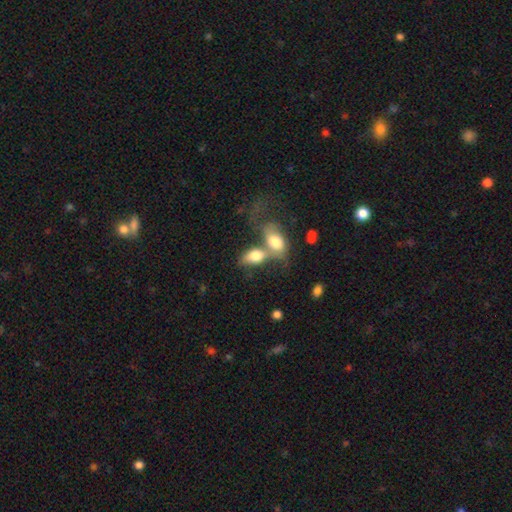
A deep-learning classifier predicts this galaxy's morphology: Smooth or featured: smooth — 75% (featured or disk — 18%)
How rounded: in between — 90% (round — 7%)
Merging: merger — 69% (none — 16%)